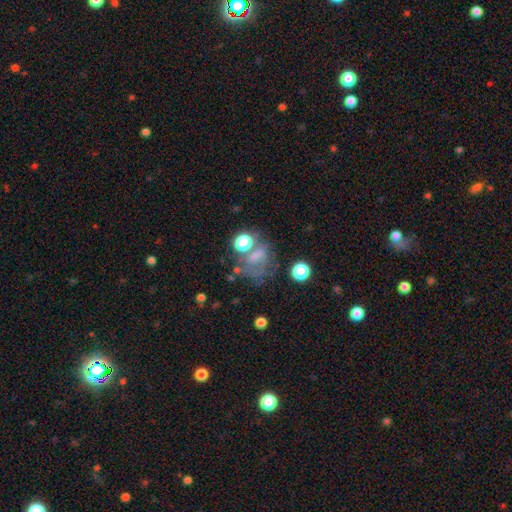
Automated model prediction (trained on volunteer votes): Overall: smooth (37%; featured or disk 32%). Merging: none (41%; major disturbance 25%).